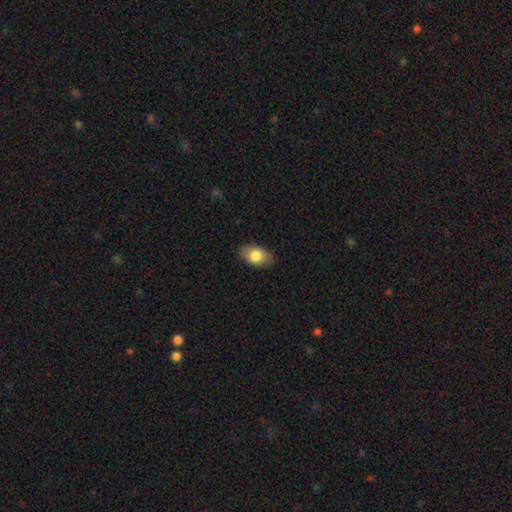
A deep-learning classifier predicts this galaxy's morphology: smooth 80%, featured or disk 14%, star or artifact 7%. Down the decision tree: how rounded — in between (91%); merging — none (86%).